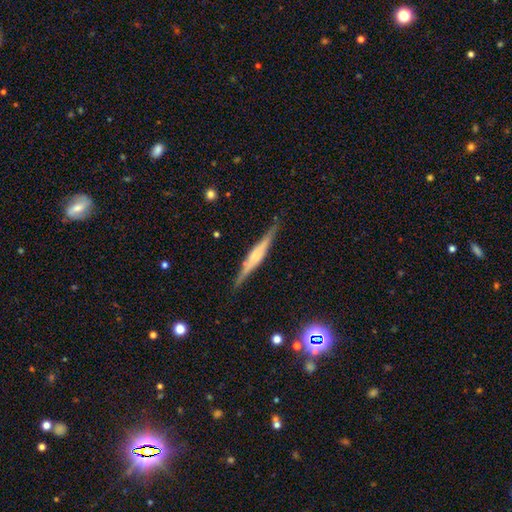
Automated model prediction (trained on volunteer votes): The model was most divided on "edge-on bulge": rounded: 60%, boxy: 29%, none: 11%. More confident: edge-on disk — yes (98%); merging — none (88%); smooth or featured — featured or disk (73%).